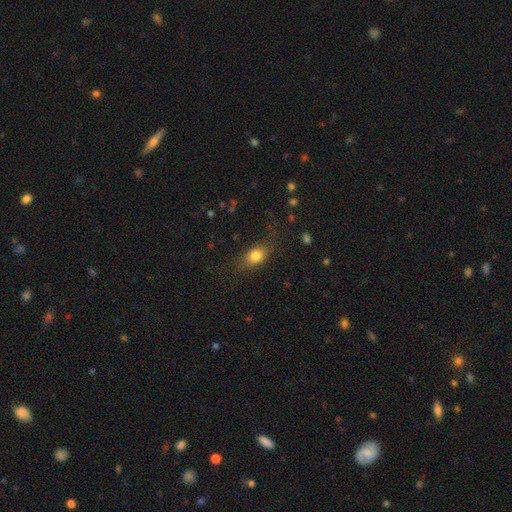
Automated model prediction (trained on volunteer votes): Q: Smooth or featured?
A: smooth (79%); runner-up: featured or disk (12%)
Q: How rounded?
A: in between (75%); runner-up: round (19%)
Q: Merging?
A: none (70%); runner-up: minor disturbance (19%)